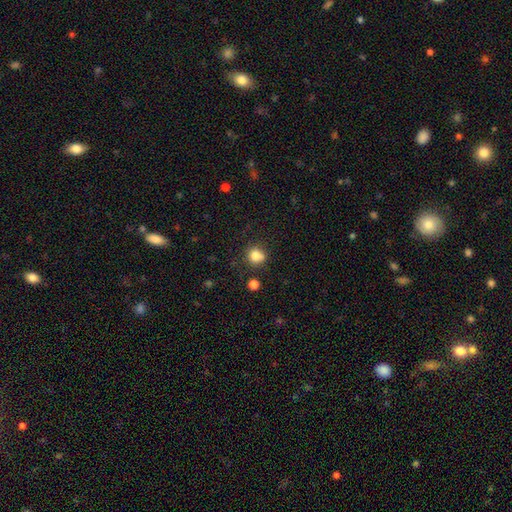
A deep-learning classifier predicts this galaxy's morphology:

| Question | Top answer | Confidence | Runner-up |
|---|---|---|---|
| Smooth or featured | smooth | 81% | star or artifact (12%) |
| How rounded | round | 85% | in between (15%) |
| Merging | none | 68% | minor disturbance (14%) |